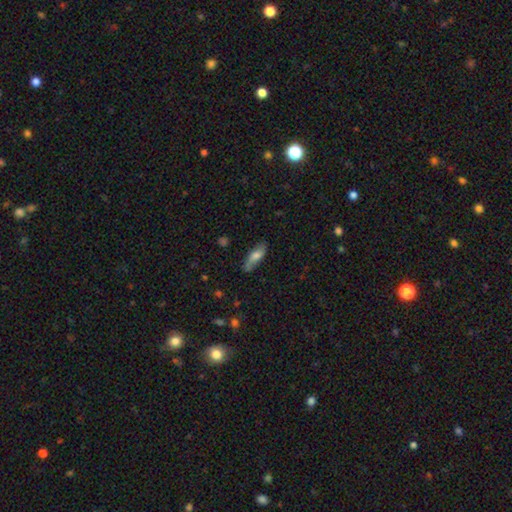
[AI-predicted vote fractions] Morphology: type=smooth (63%); roundness=in between (60%); merging=none (72%).